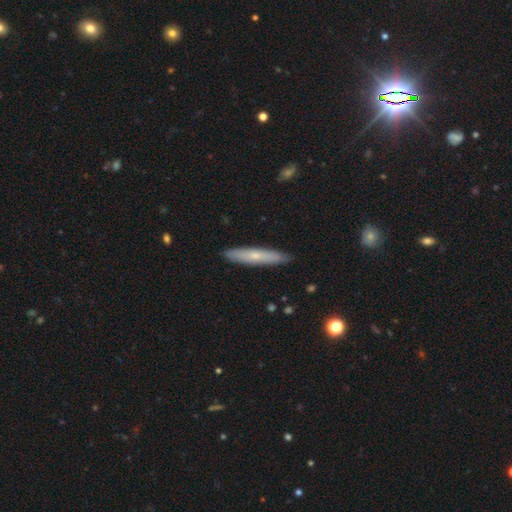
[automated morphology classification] Overall: smooth (56%; featured or disk 38%). How rounded: cigar-shaped (91%). Merging: none (89%).